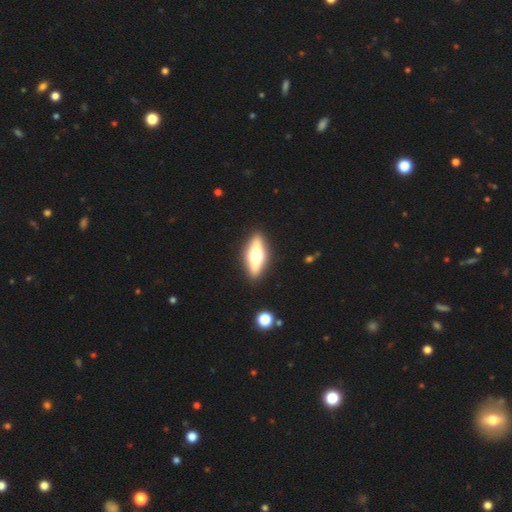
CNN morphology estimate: Smooth or featured: featured or disk — 61% (smooth — 32%)
Edge-on disk: yes — 91% (no — 9%)
Edge-on bulge: rounded — 94% (boxy — 4%)
Merging: none — 89% (minor disturbance — 7%)